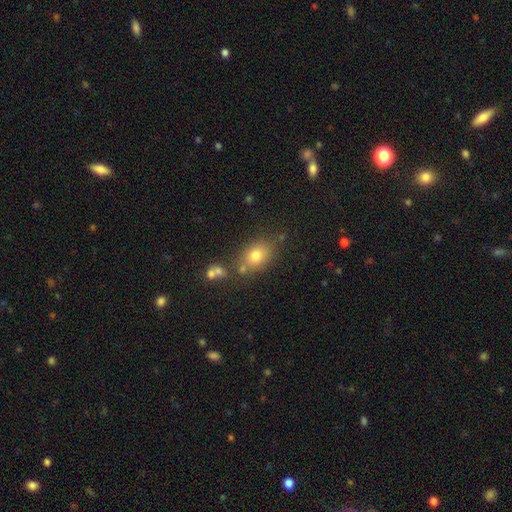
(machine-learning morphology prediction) A smooth galaxy with no disk features (74%) that is in between round and cigar-shaped (65%). Merging: none (69%).